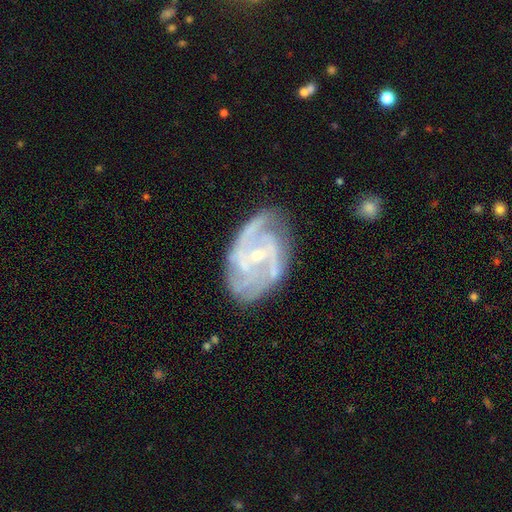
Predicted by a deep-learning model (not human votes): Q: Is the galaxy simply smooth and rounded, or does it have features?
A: featured or disk — 87%.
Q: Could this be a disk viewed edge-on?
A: no — 97%.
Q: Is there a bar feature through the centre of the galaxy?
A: no — 42%.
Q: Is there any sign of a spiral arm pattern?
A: yes — 94%.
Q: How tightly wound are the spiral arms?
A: medium — 45%.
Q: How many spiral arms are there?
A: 2 — 37%.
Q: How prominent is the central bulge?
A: small — 75%.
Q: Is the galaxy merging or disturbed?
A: none — 65%.